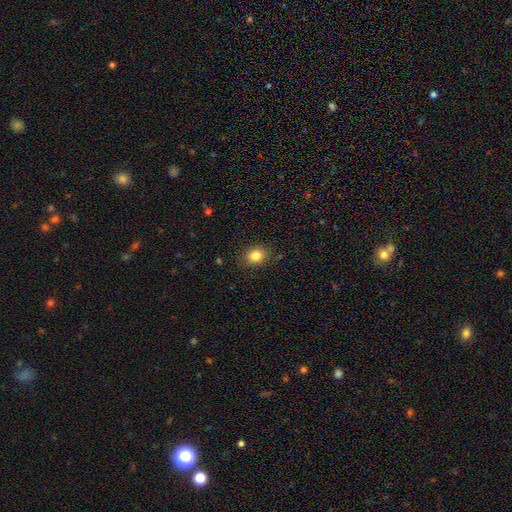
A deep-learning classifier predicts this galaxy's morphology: Smooth or featured?
  - smooth: 83% *
  - star or artifact: 10%
  - featured or disk: 7%
How rounded?
  - round: 54% *
  - in between: 45%
  - cigar-shaped: 1%
Merging?
  - none: 86% *
  - minor disturbance: 10%
  - major disturbance: 3%
  - merger: 1%